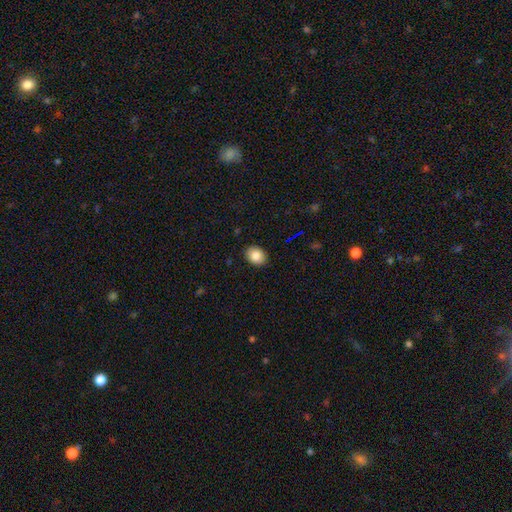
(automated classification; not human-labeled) Smooth or featured? Predicted: smooth (p=0.85). How rounded? Predicted: in between (p=0.54). Merging? Predicted: none (p=0.89).